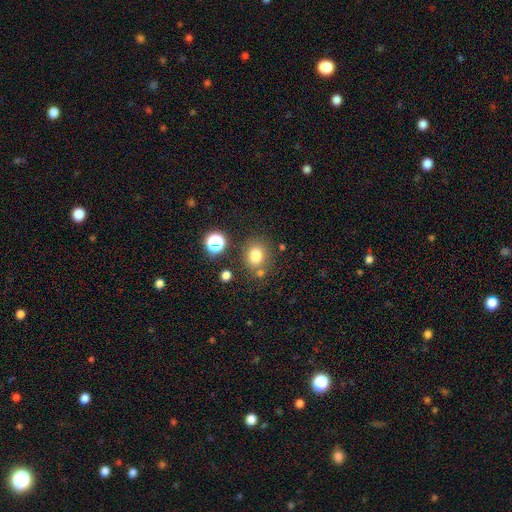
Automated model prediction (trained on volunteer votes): Morphology: type=smooth (77%); roundness=round (73%); merging=none (75%).